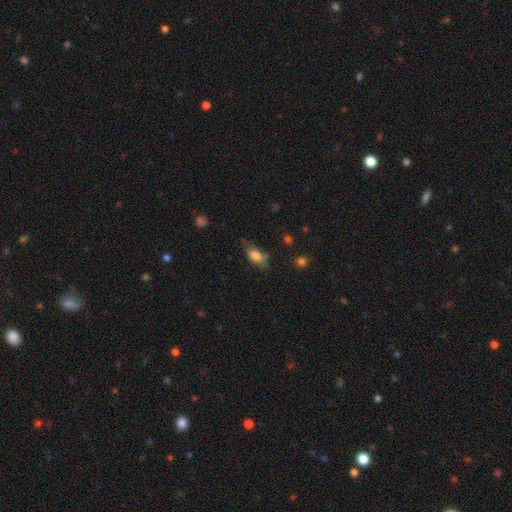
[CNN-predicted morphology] Smooth or featured? Predicted: smooth (p=0.79). How rounded? Predicted: in between (p=0.85). Merging? Predicted: none (p=0.62).